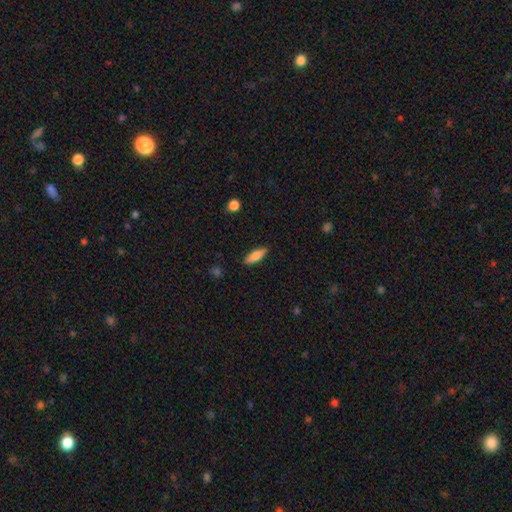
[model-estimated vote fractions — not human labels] A smooth galaxy with no disk features (76%) that is in between round and cigar-shaped (54%). Merging: none (87%).